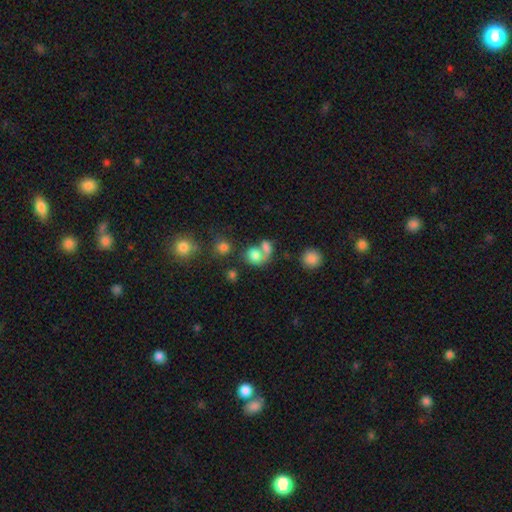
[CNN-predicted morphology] Overall: smooth (74%). How rounded: round (58%; in between 40%). Merging: merger (52%; none 32%).